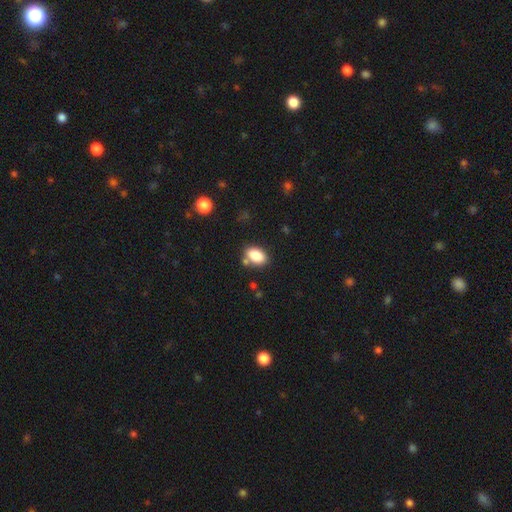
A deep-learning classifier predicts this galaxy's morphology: This is clearly a smooth galaxy (85%). How rounded: clearly in between (88%). Merging: likely none (72%).